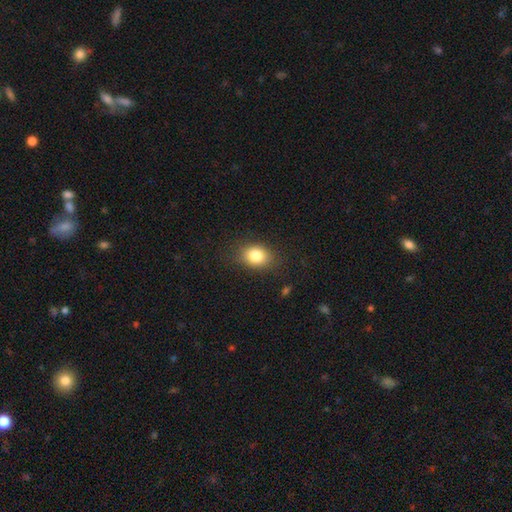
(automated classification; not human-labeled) Smooth or featured: smooth — 83% (star or artifact — 10%)
How rounded: in between — 60% (round — 38%)
Merging: none — 83% (minor disturbance — 12%)